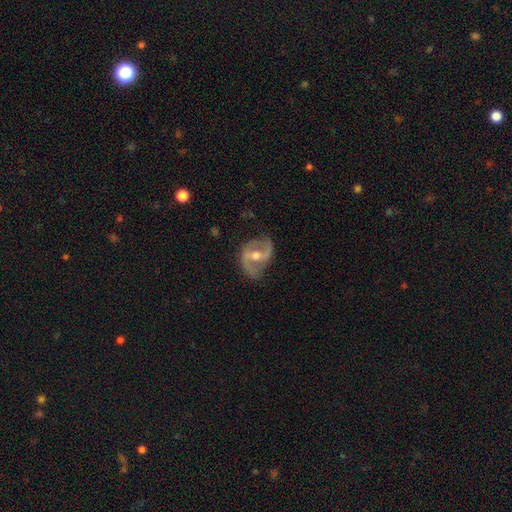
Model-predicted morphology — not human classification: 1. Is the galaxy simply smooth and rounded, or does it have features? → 85% featured or disk, 9% smooth, 5% star or artifact.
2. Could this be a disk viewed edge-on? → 96% no, 4% yes.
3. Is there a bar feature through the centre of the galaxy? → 44% weak, 32% strong, 24% no.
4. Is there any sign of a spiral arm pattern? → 92% yes, 8% no.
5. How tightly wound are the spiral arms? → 47% medium, 36% loose, 17% tight.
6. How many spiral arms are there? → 88% 2, 5% can't tell, 3% 1, 2% 3, 1% 4, 1% more than 4.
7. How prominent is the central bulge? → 71% moderate, 23% small, 3% large, 1% none, 1% dominant.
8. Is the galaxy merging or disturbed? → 73% none, 18% minor disturbance, 7% major disturbance, 1% merger.